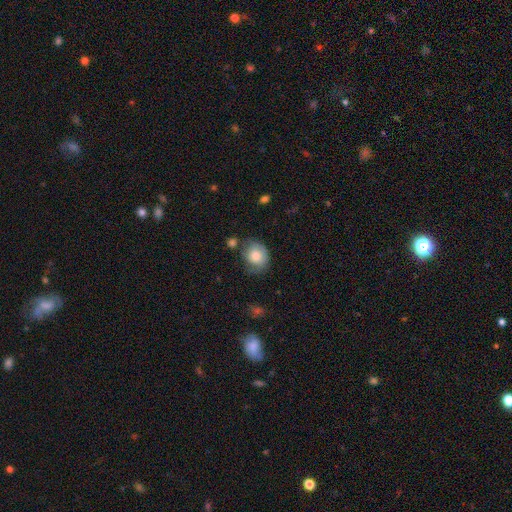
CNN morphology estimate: Q: Smooth or featured?
A: smooth (76%); runner-up: featured or disk (16%)
Q: How rounded?
A: round (61%); runner-up: in between (38%)
Q: Merging?
A: none (53%); runner-up: minor disturbance (31%)